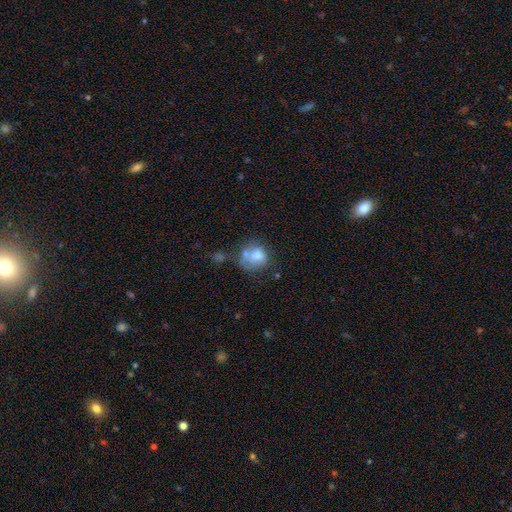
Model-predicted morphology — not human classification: This appears to be a smooth galaxy with no disk features (70%) that is round (67%). Merging: none (36%).